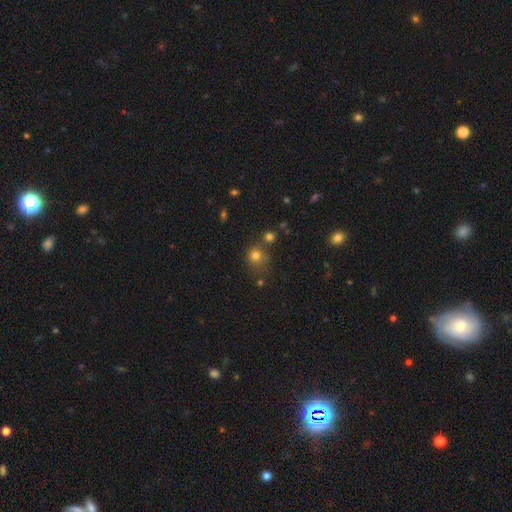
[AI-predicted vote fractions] This is likely a smooth galaxy (75%). How rounded: clearly round (84%). Merging: likely none (65%).